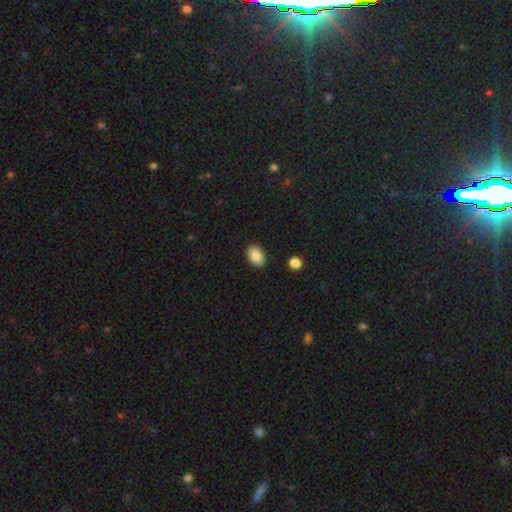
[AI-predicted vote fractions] Overall: smooth (88%). How rounded: in between (85%). Merging: none (88%).